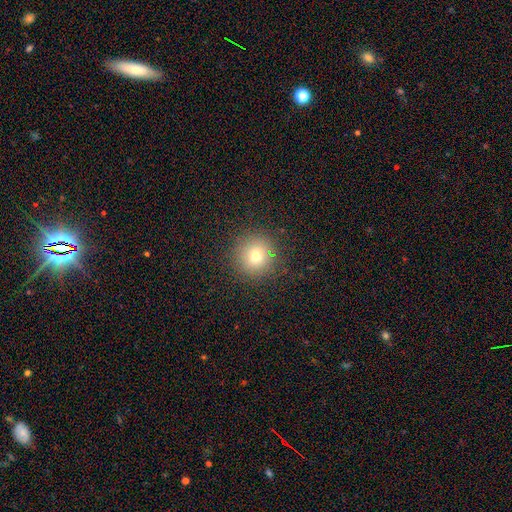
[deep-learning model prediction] The model was most divided on "smooth or featured": smooth: 72%, star or artifact: 17%, featured or disk: 12%. More confident: how rounded — round (94%); merging — none (87%).